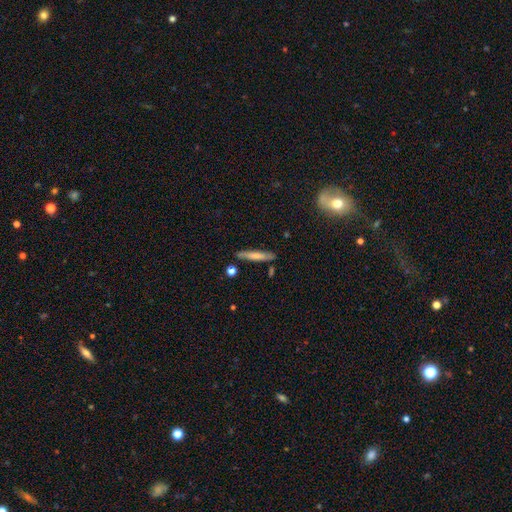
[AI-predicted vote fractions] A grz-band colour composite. It shows a smooth galaxy with no disk features (67%) that is cigar-shaped (91%). Merging: none (82%).